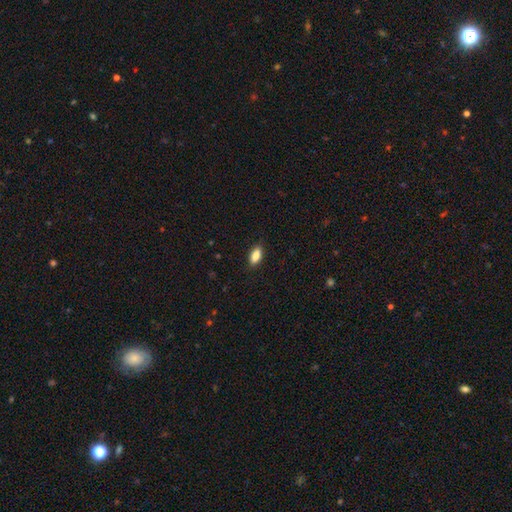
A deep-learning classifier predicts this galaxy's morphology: Overall: smooth (87%). How rounded: in between (85%). Merging: none (86%).